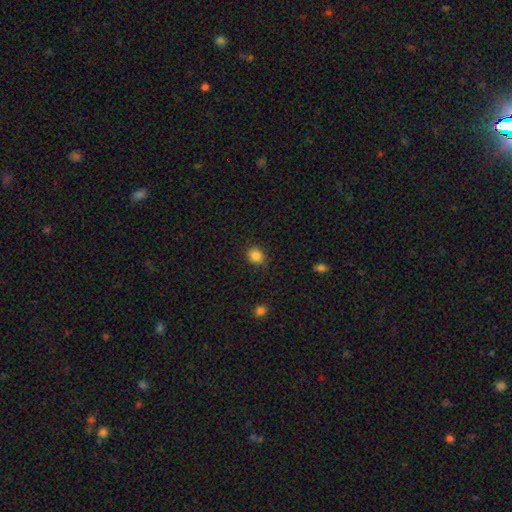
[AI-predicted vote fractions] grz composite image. It shows a smooth galaxy with no disk features (86%) that is round (76%). Merging: none (87%).